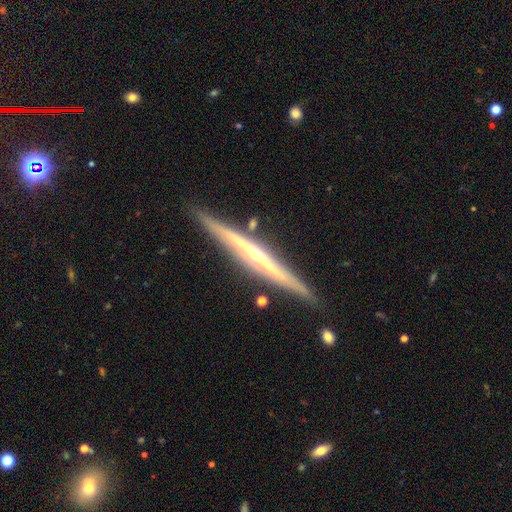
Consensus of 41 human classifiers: Smooth or featured: featured or disk — 83% (smooth — 10%)
Edge-on disk: yes — 100%
Edge-on bulge: rounded — 68% (none — 26%)
Merging: none — 89% (minor disturbance — 8%)